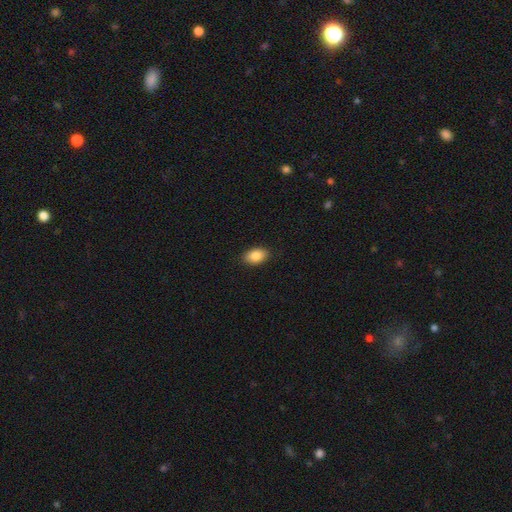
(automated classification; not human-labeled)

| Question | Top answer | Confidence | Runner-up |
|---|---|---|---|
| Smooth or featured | smooth | 88% | star or artifact (7%) |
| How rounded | in between | 90% | round (8%) |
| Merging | none | 88% | minor disturbance (9%) |